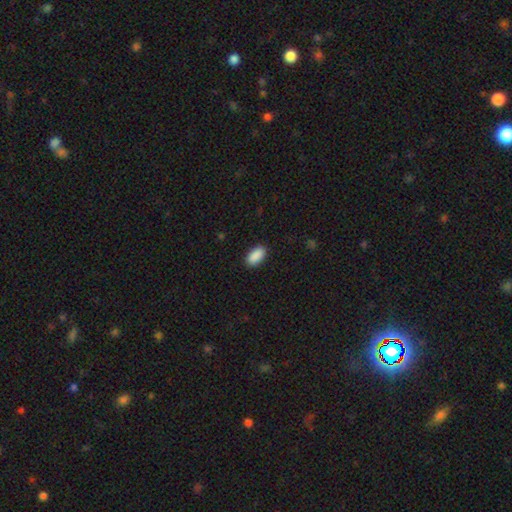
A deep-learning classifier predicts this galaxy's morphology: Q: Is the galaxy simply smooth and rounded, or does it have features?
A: smooth — 91%.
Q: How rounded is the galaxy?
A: in between — 94%.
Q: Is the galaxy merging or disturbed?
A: none — 90%.